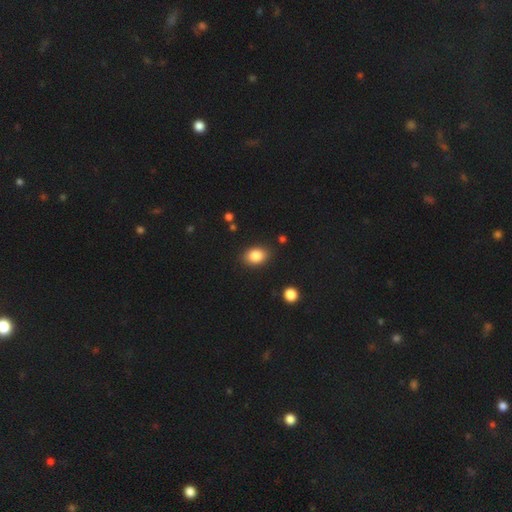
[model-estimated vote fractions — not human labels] A smooth galaxy with no disk features (85%) that is in between round and cigar-shaped (72%). Merging: none (86%).